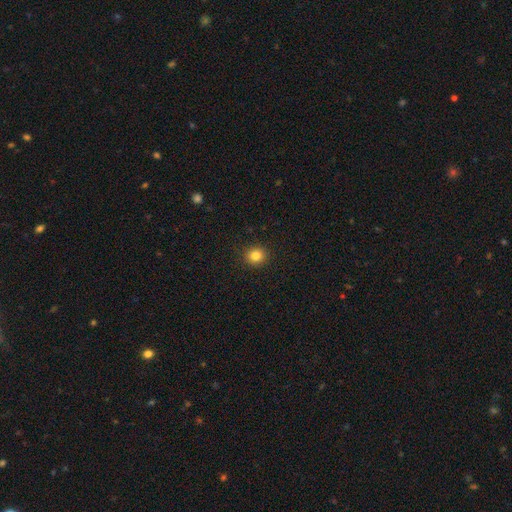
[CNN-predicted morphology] The model was most divided on "how rounded": round: 84%, in between: 15%, cigar-shaped: 1%. More confident: merging — none (91%); smooth or featured — smooth (83%).